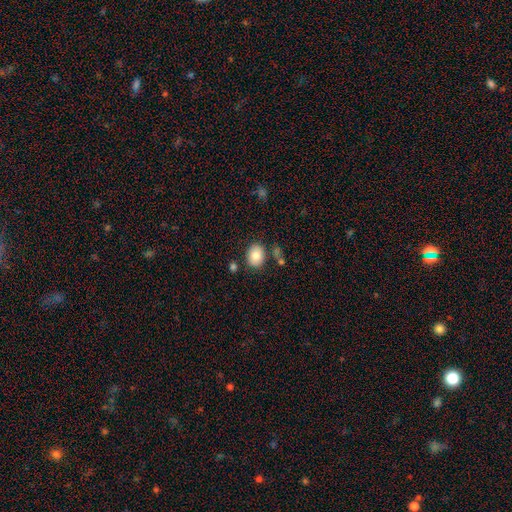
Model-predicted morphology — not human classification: smooth 82%, featured or disk 10%, star or artifact 8%. Down the decision tree: how rounded — in between (62%); merging — none (80%).